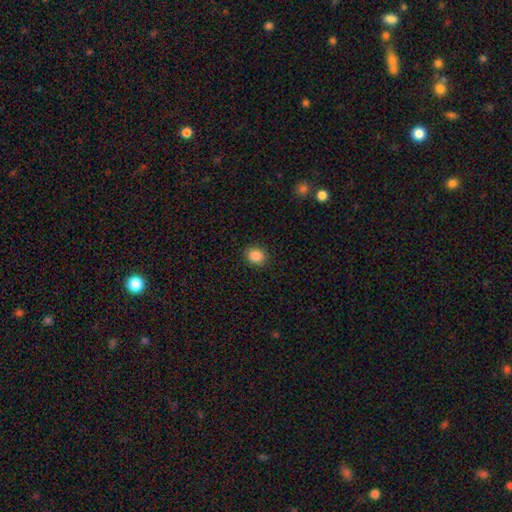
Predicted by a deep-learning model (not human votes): smooth_or_featured: smooth (p=0.87) [alt: star or artifact p=0.09]
how_rounded: round (p=0.62) [alt: in between p=0.38]
merging: none (p=0.90) [alt: minor disturbance p=0.07]